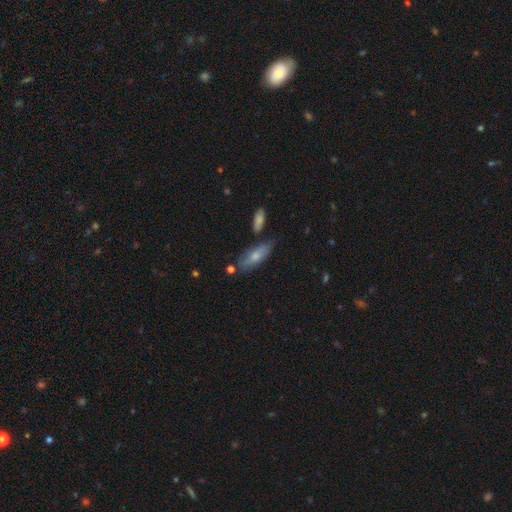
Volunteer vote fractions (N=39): This is possibly a smooth galaxy (56%). How rounded: possibly in between (55%). Merging: likely none (72%).